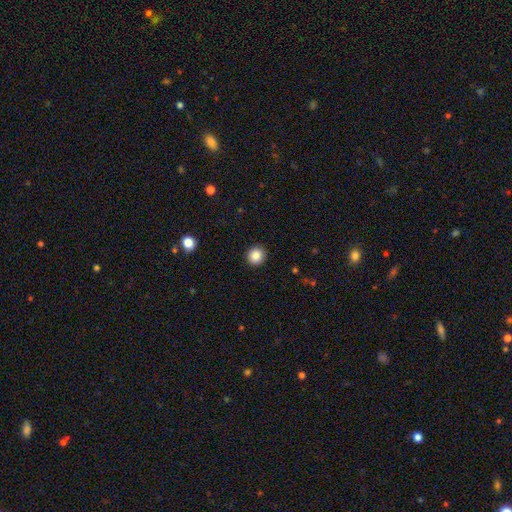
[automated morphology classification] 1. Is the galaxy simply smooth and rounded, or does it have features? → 86% smooth, 10% star or artifact, 4% featured or disk.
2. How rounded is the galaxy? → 92% round, 7% in between, 1% cigar-shaped.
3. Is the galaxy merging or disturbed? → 92% none, 5% minor disturbance, 2% major disturbance, 1% merger.